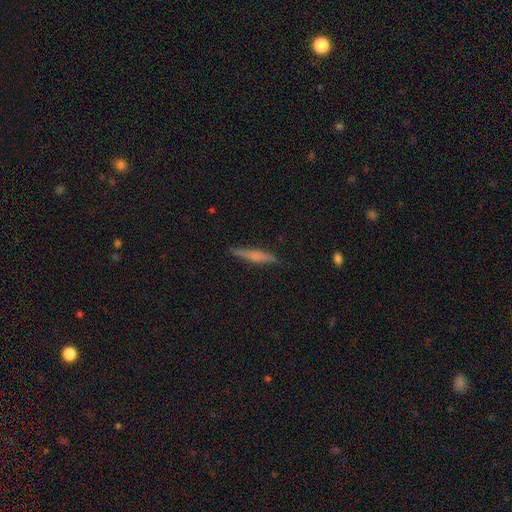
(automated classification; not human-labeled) smooth-or-featured: smooth: 49% | featured or disk: 44% | star or artifact: 7%
  merging: none: 87% | minor disturbance: 10% | major disturbance: 2% | merger: 1%